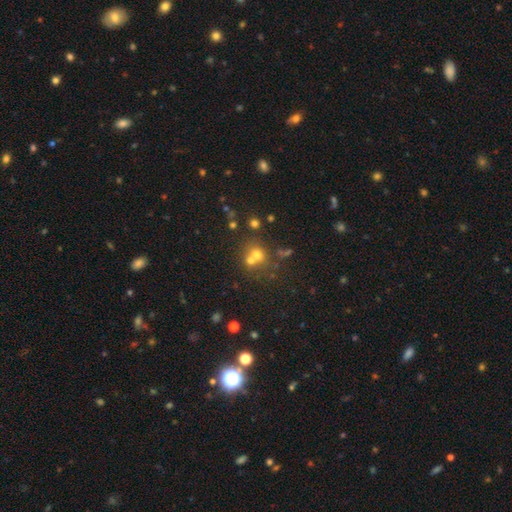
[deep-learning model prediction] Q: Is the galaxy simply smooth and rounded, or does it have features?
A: smooth — 58%.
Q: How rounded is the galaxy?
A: round — 81%.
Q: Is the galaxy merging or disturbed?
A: merger — 46%.